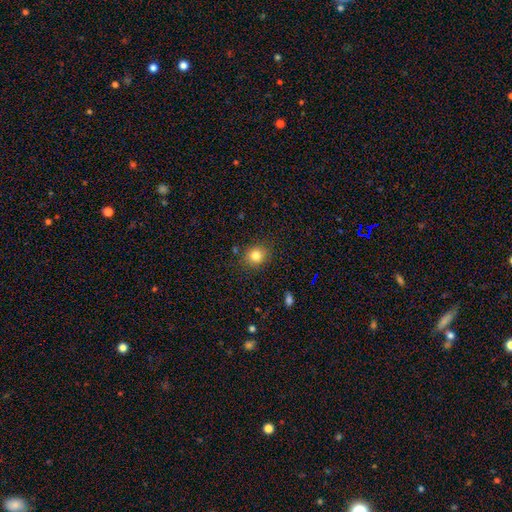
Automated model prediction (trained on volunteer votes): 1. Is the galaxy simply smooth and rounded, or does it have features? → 81% smooth, 12% star or artifact, 7% featured or disk.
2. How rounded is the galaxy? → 77% round, 22% in between, 1% cigar-shaped.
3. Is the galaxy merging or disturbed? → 86% none, 9% minor disturbance, 3% major disturbance, 2% merger.